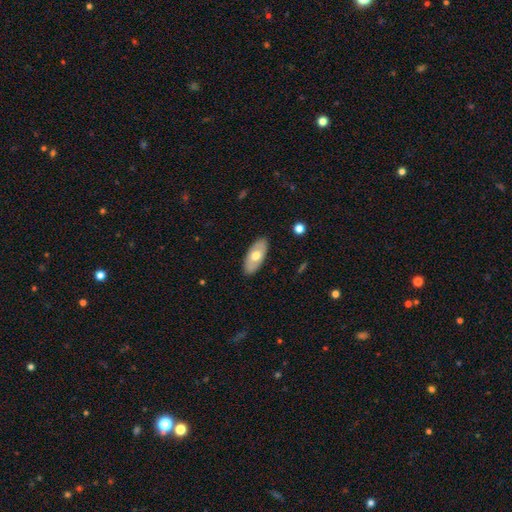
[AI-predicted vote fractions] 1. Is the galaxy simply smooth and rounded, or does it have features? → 60% smooth, 35% featured or disk, 5% star or artifact.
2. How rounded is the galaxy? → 91% in between, 7% cigar-shaped, 3% round.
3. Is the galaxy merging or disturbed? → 88% none, 9% minor disturbance, 2% major disturbance, 1% merger.